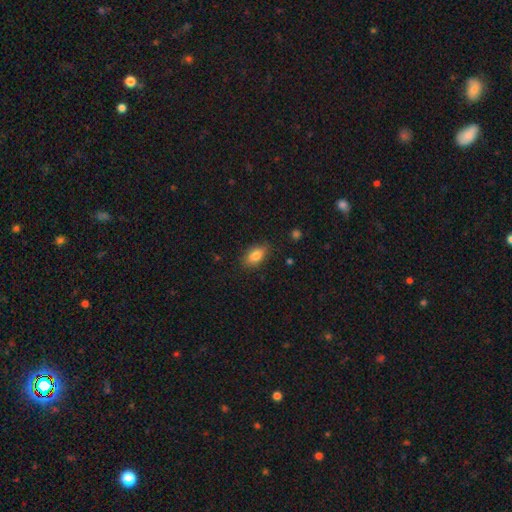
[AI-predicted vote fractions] smooth_or_featured: smooth (p=0.84) [alt: featured or disk p=0.08]
how_rounded: in between (p=0.88) [alt: cigar-shaped p=0.06]
merging: none (p=0.83) [alt: minor disturbance p=0.13]